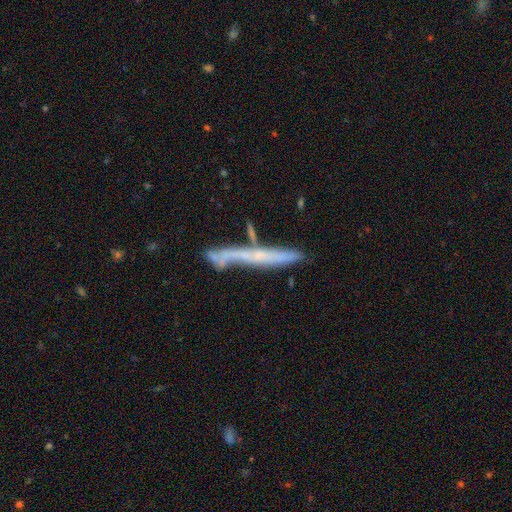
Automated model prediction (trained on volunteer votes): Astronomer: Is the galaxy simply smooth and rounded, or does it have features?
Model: featured or disk — 56% (runner-up: smooth, 36%).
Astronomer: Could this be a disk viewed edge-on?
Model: yes — 86%.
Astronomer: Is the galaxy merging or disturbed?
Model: none — 65%.